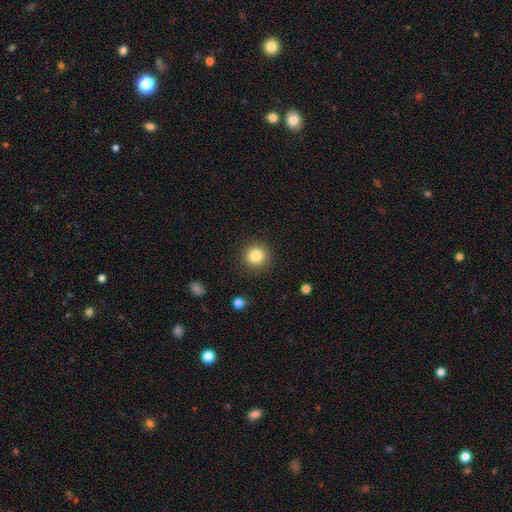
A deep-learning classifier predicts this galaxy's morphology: The model was most divided on "smooth or featured": smooth: 83%, star or artifact: 11%, featured or disk: 6%. More confident: how rounded — round (94%); merging — none (90%).